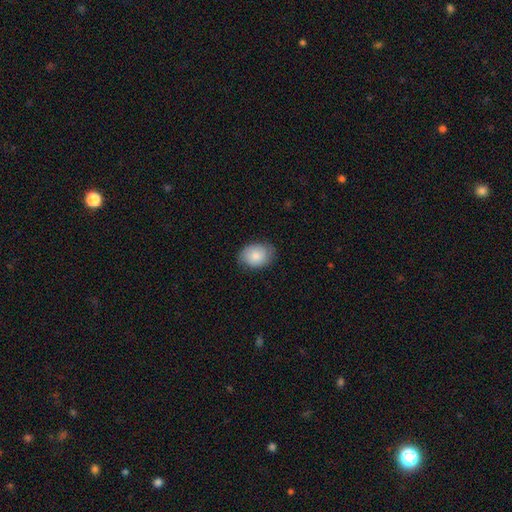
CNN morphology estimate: Smooth or featured? Predicted: smooth (p=0.82). How rounded? Predicted: in between (p=0.72). Merging? Predicted: none (p=0.77).